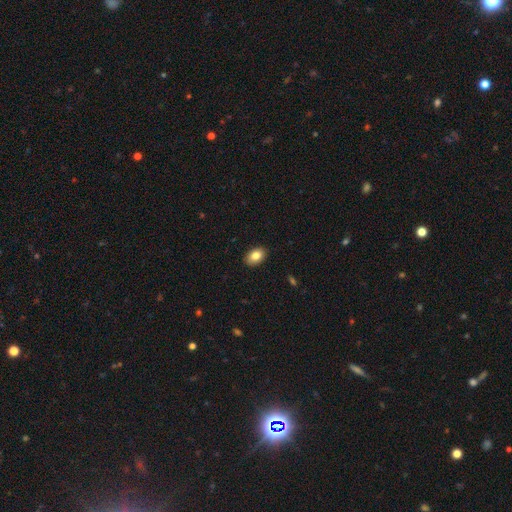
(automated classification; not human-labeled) Q: Smooth or featured?
A: smooth (83%); runner-up: featured or disk (9%)
Q: How rounded?
A: in between (84%); runner-up: round (15%)
Q: Merging?
A: none (89%); runner-up: minor disturbance (8%)